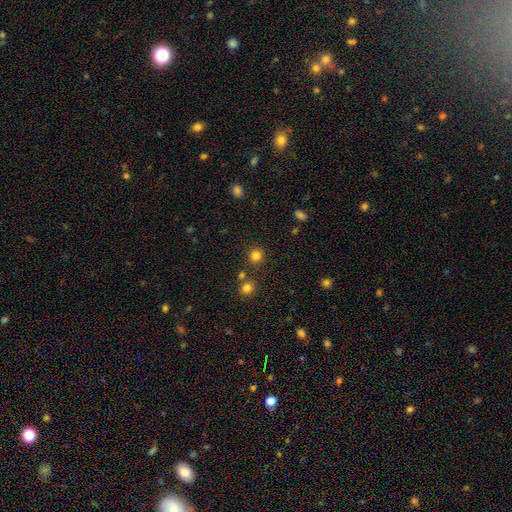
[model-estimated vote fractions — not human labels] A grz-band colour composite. It shows a smooth galaxy with no disk features (82%) that is round (93%). Merging: none (85%).